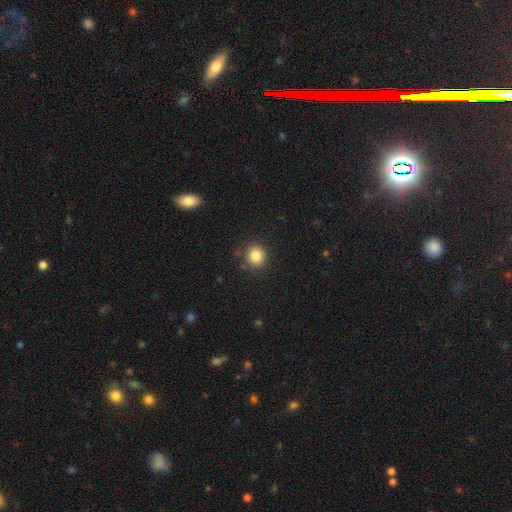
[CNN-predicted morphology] Smooth or featured?
  - smooth: 84% *
  - star or artifact: 11%
  - featured or disk: 5%
How rounded?
  - round: 88% *
  - in between: 11%
  - cigar-shaped: 1%
Merging?
  - none: 87% *
  - minor disturbance: 9%
  - major disturbance: 3%
  - merger: 2%